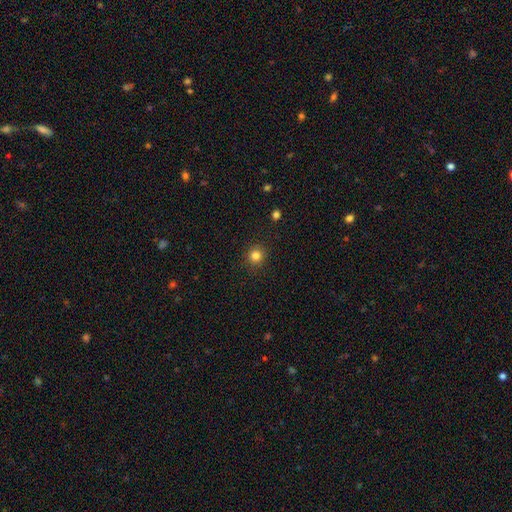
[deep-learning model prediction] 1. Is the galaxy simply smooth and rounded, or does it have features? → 83% smooth, 13% star or artifact, 5% featured or disk.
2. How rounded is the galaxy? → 93% round, 6% in between, 1% cigar-shaped.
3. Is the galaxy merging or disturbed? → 91% none, 6% minor disturbance, 2% major disturbance, 1% merger.